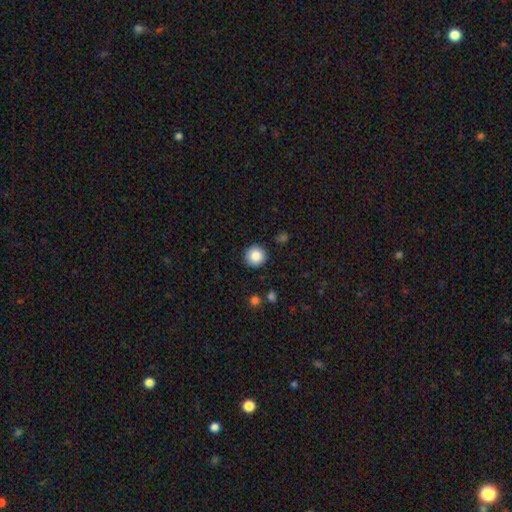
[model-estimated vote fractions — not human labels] Smooth or featured? smooth (85%)
How rounded? round (94%)
Merging? none (90%)